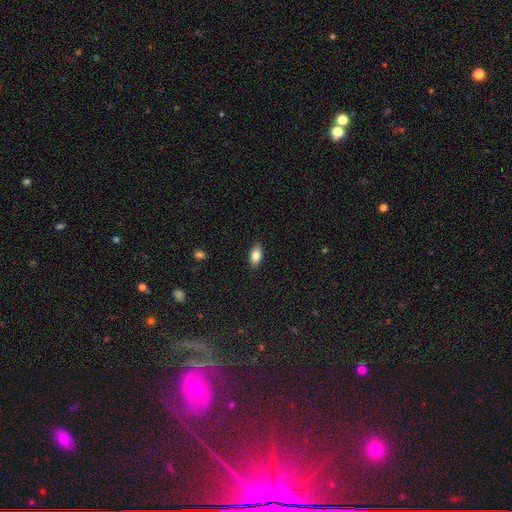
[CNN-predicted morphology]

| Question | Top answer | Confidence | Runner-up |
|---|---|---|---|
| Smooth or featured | smooth | 82% | featured or disk (10%) |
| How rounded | in between | 90% | cigar-shaped (6%) |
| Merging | none | 88% | minor disturbance (9%) |